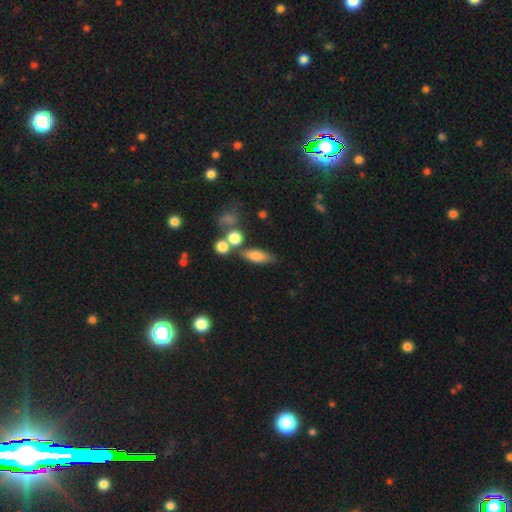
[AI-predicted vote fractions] A smooth galaxy with no disk features (74%) that is in between round and cigar-shaped (61%).

Vote fractions:
- Smooth or featured? smooth: 74% / featured or disk: 16% / star or artifact: 10%
- How rounded? in between: 61% / cigar-shaped: 29% / round: 9%
- Merging? none: 59% / merger: 21% / minor disturbance: 14% / major disturbance: 6%